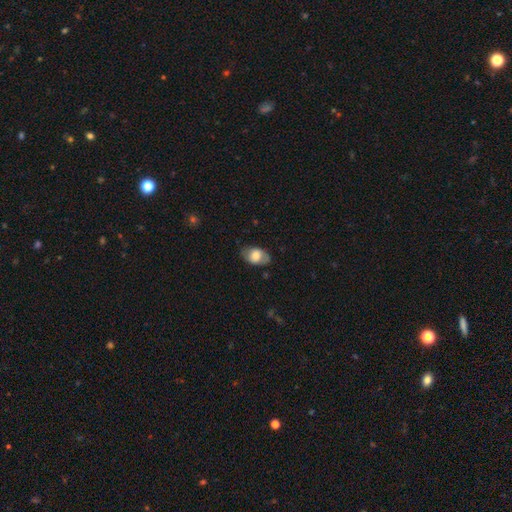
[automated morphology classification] smooth-or-featured: smooth: 66% | featured or disk: 27% | star or artifact: 7%
  how-rounded: in between: 84% | round: 15% | cigar-shaped: 1%
  merging: none: 72% | minor disturbance: 20% | major disturbance: 6% | merger: 1%